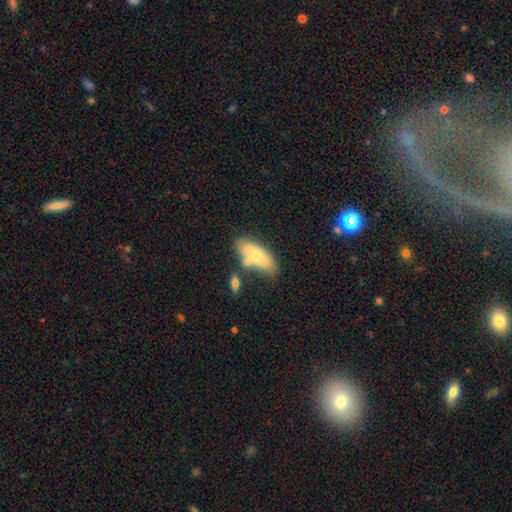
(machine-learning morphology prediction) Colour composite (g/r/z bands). It shows a smooth galaxy with no disk features (66%) that is in between round and cigar-shaped (86%). Merging: none (55%).